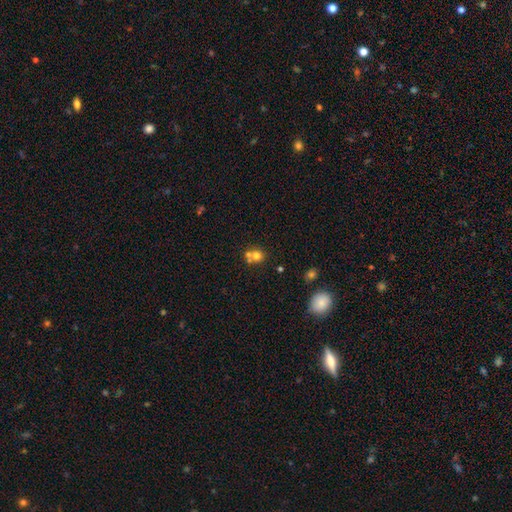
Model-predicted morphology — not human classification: smooth 71%, star or artifact 15%, featured or disk 14%. Down the decision tree: how rounded — round (81%); merging — none (45%, tied with merger).